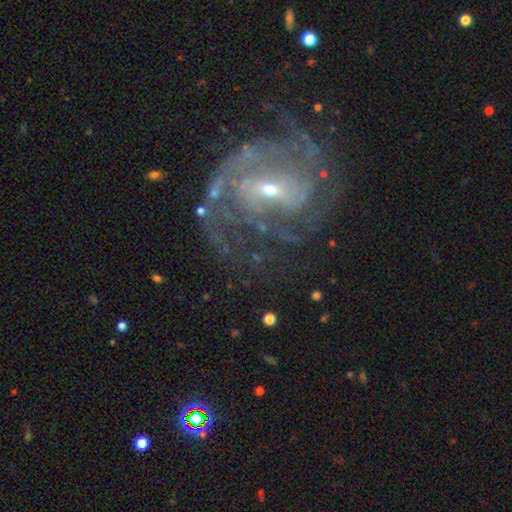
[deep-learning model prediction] Overall: featured or disk (88%). Edge-on disk: no (97%). Bar: weak (46%; strong 27%). Spiral arms: yes (96%). Spiral arm count: 2 (33%; can't tell 22%). Spiral winding: tight (49%; medium 41%). Bulge size: small (69%). Merging: none (66%).